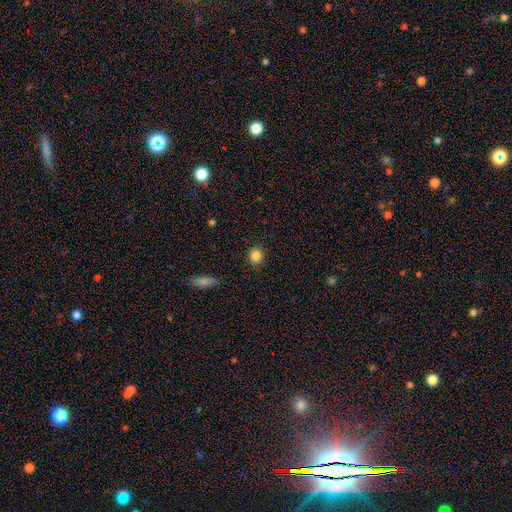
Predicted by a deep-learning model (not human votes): smooth 85%, star or artifact 11%, featured or disk 5%. Down the decision tree: how rounded — round (83%); merging — none (89%).